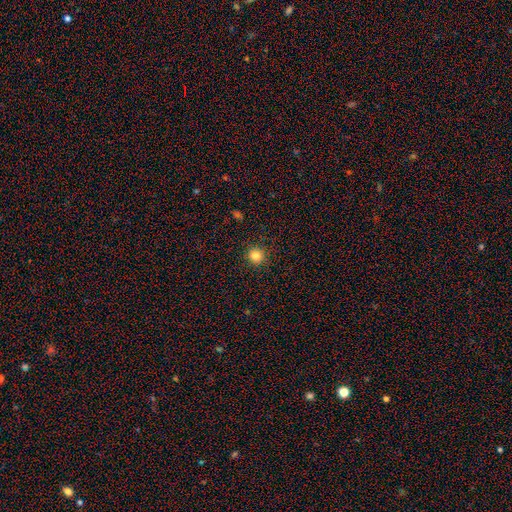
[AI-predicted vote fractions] This is clearly a smooth galaxy (83%). How rounded: clearly round (94%). Merging: clearly none (92%).